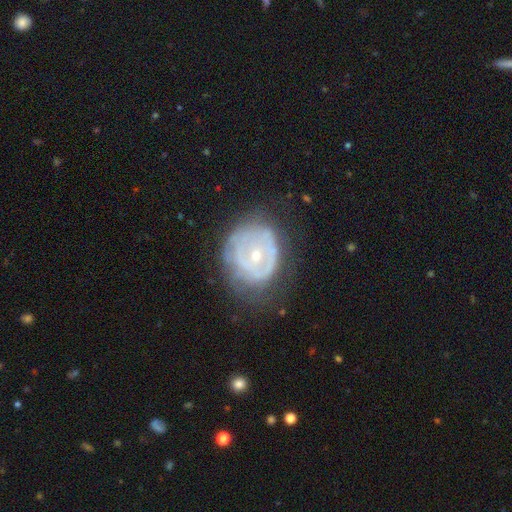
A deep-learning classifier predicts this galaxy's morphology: Smooth or featured? Predicted: featured or disk (p=0.71). Edge-on disk? Predicted: no (p=0.97). Bar? Predicted: no (p=0.73). Spiral arms? Predicted: yes (p=0.54). Bulge size? Predicted: small (p=0.66). Merging? Predicted: none (p=0.54).